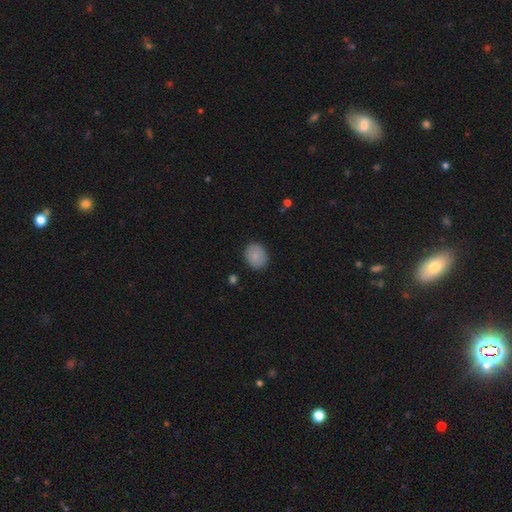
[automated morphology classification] type=smooth (86%); roundness=round (58%); merging=none (87%).